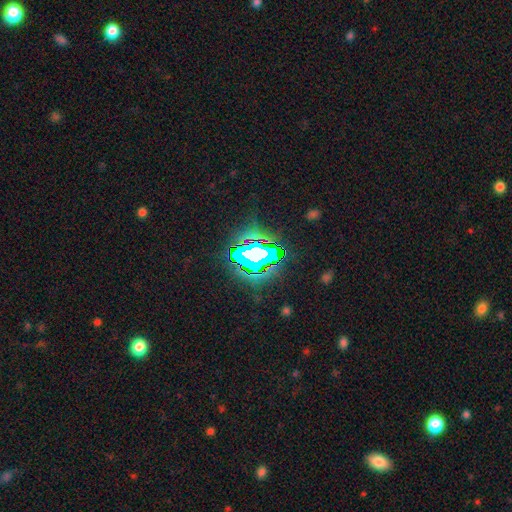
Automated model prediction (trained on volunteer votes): Smooth or featured? star or artifact (70%)